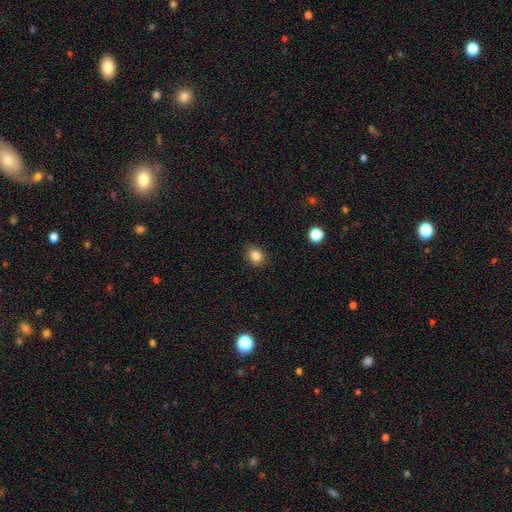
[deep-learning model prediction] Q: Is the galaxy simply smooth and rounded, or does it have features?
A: smooth — 83%.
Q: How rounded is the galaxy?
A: round — 61%.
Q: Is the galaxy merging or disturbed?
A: none — 88%.